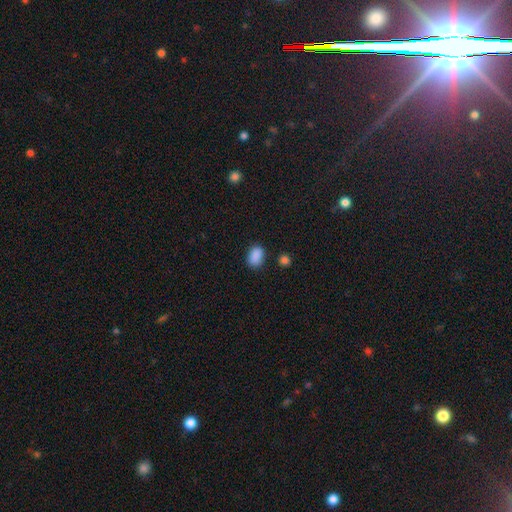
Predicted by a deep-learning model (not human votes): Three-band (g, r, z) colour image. It shows a smooth galaxy with no disk features (87%) that is in between round and cigar-shaped (81%). Merging: none (77%).